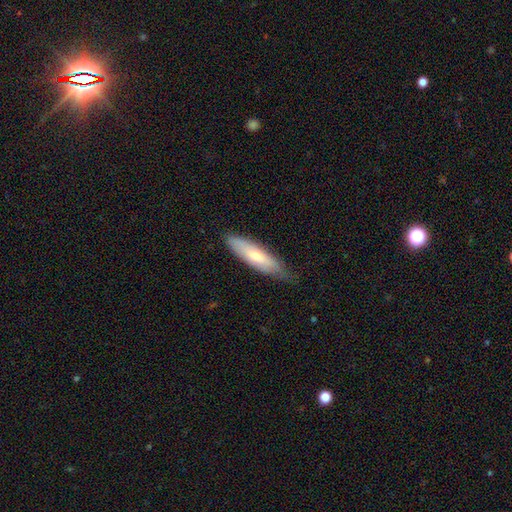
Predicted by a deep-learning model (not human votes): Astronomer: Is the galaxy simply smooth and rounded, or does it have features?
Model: smooth — 66%.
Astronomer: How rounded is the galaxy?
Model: cigar-shaped — 61% (runner-up: in between, 37%).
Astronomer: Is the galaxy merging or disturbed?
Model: none — 70%.